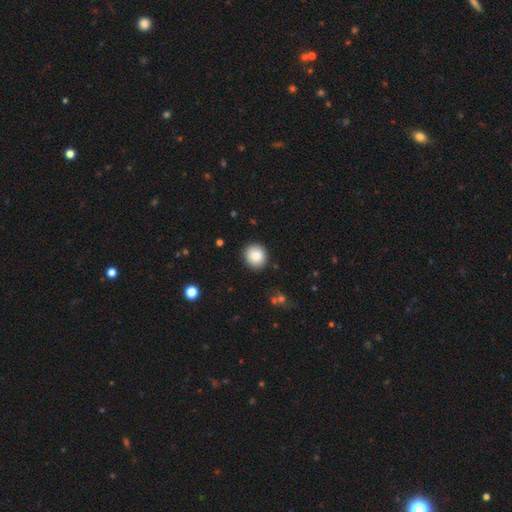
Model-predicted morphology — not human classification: This appears to be a smooth galaxy with no disk features (86%) that is round (85%). Merging: none (90%).